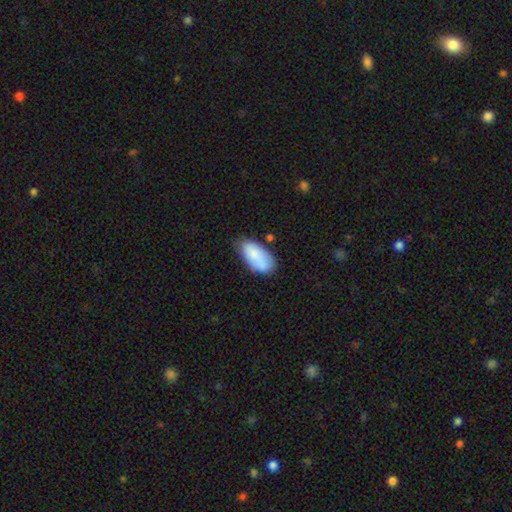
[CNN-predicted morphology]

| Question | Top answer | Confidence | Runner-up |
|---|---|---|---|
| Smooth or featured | smooth | 81% | featured or disk (13%) |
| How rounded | in between | 93% | cigar-shaped (4%) |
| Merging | none | 59% | minor disturbance (27%) |